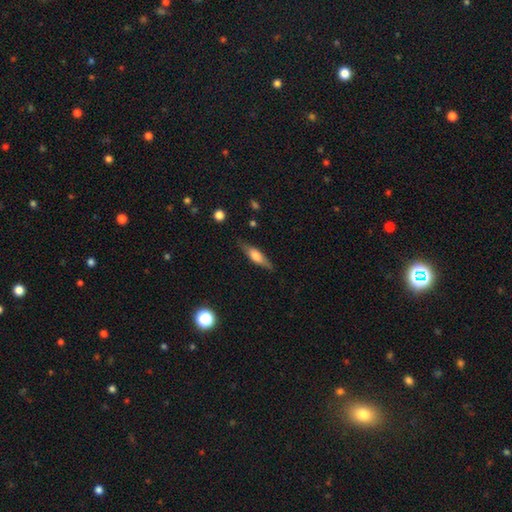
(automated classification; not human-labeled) A smooth galaxy with no disk features (53%) that is cigar-shaped (60%). Merging: none (80%).